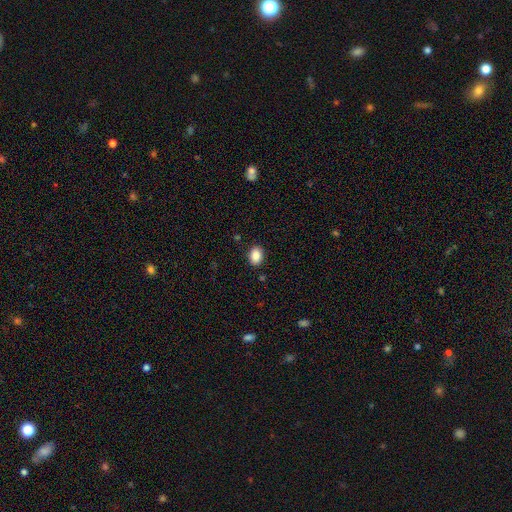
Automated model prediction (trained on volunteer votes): A smooth galaxy with no disk features (88%) that is in between round and cigar-shaped (72%). Merging: none (89%).